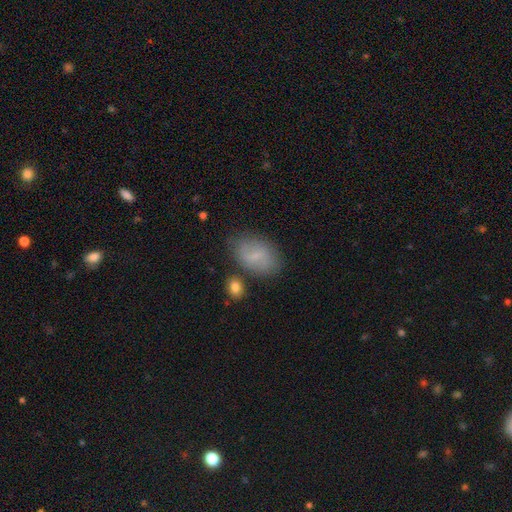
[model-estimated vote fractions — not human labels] This appears to be a smooth galaxy with no disk features (57%) that is in between round and cigar-shaped (87%). Merging: none (71%).